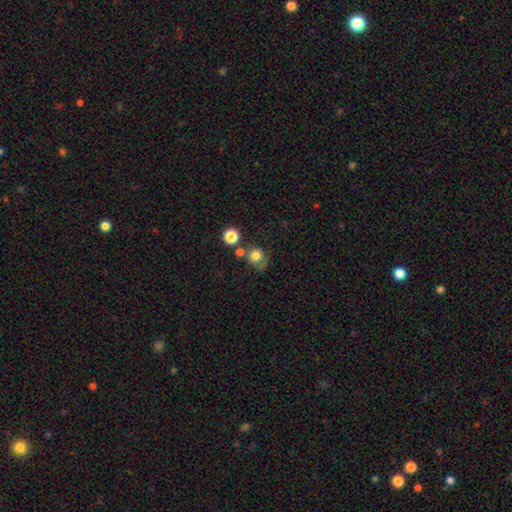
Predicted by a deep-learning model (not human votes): Morphology: type=smooth (75%); roundness=round (79%); merging=none (47%).